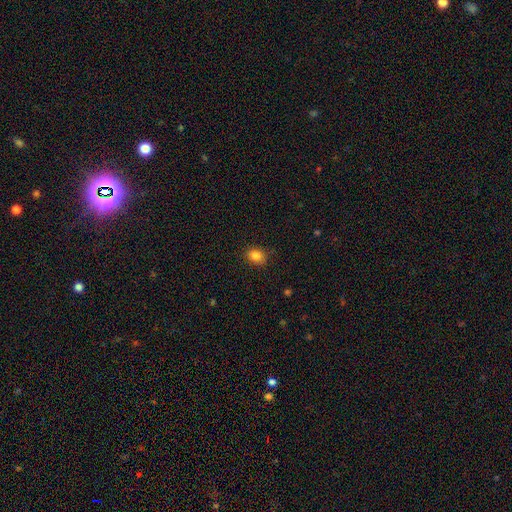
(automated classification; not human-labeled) This is clearly a smooth galaxy (84%). How rounded: possibly in between (56%). Merging: clearly none (85%).